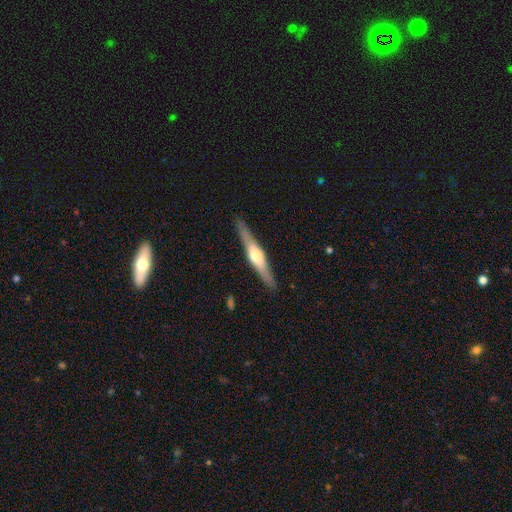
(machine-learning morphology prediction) Q: Smooth or featured?
A: featured or disk (67%); runner-up: smooth (29%)
Q: Edge-on disk?
A: yes (96%); runner-up: no (4%)
Q: Edge-on bulge?
A: rounded (86%); runner-up: boxy (9%)
Q: Merging?
A: none (88%); runner-up: minor disturbance (9%)